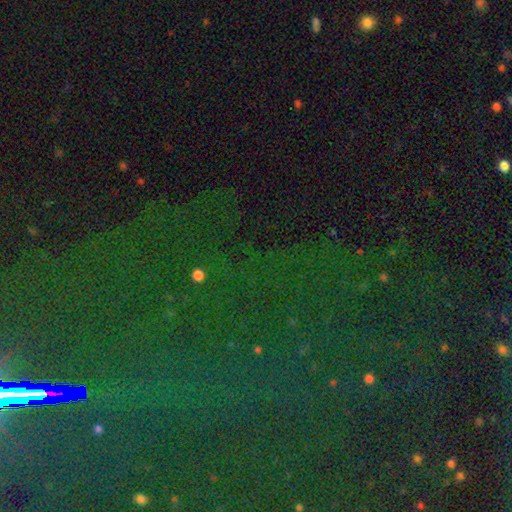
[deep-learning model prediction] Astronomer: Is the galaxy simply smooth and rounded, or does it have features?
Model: star or artifact — 81%.